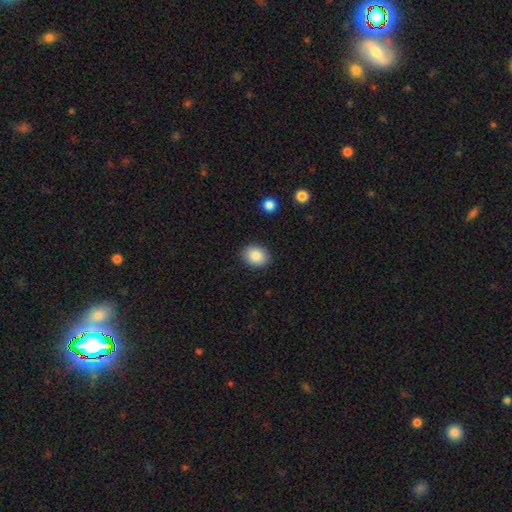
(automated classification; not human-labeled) Smooth or featured: smooth — 86% (star or artifact — 8%)
How rounded: in between — 59% (round — 40%)
Merging: none — 88% (minor disturbance — 8%)